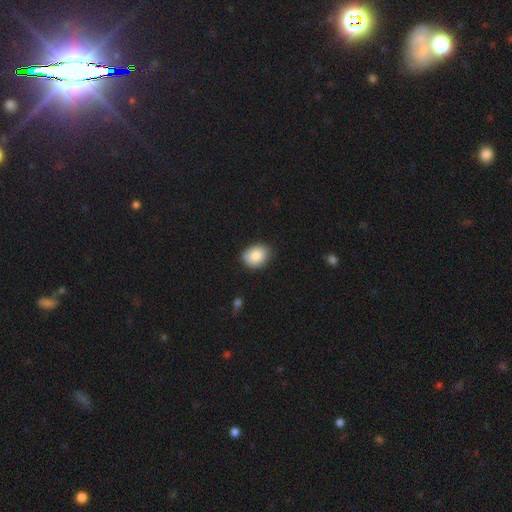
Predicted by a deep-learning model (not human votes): smooth 85%, featured or disk 7%, star or artifact 7%. Down the decision tree: how rounded — in between (62%); merging — none (81%).